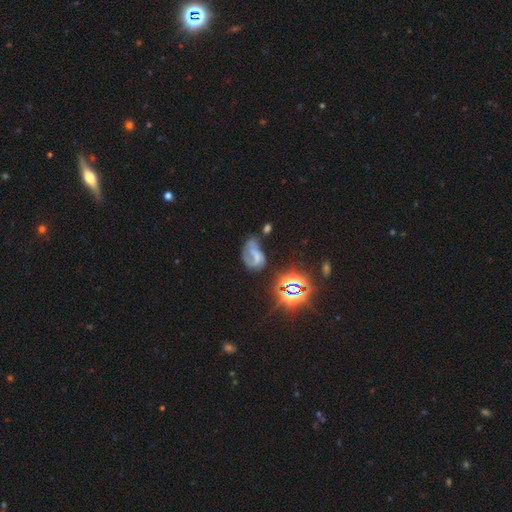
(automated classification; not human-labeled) The model was most divided on "merging": major disturbance: 37%, none: 27%, minor disturbance: 25%, merger: 11%. Remaining: smooth or featured — featured or disk (48%).